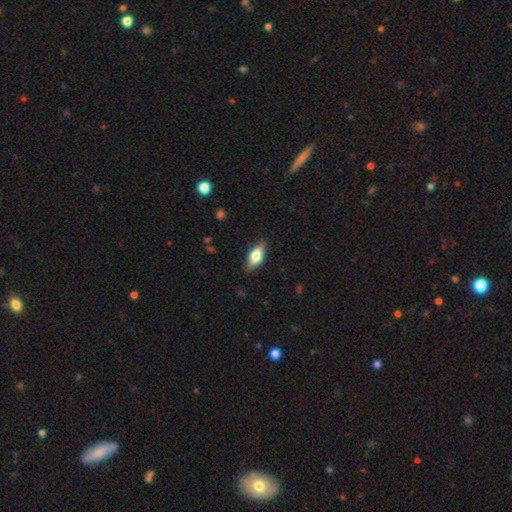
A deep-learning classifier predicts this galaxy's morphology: Overall: smooth (61%; featured or disk 32%). How rounded: in between (77%). Merging: none (83%).